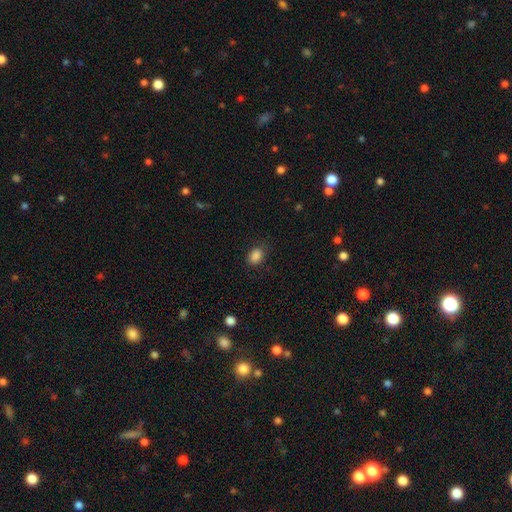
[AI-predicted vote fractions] Morphology: type=smooth (86%); roundness=in between (72%); merging=none (82%).